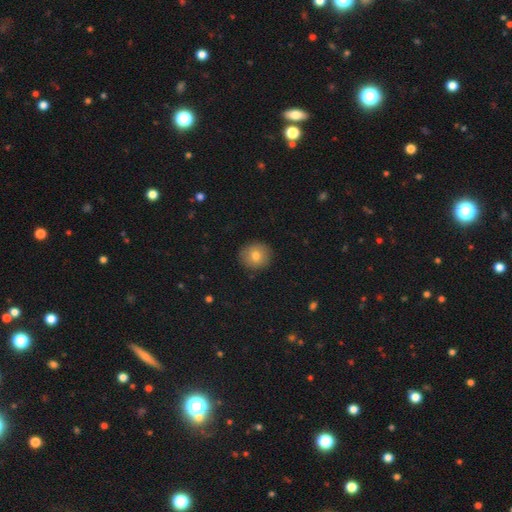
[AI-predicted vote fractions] A smooth galaxy with no disk features (78%) that is round (88%).

Vote fractions:
- Smooth or featured? smooth: 78% / featured or disk: 12% / star or artifact: 10%
- How rounded? round: 88% / in between: 11% / cigar-shaped: 1%
- Merging? none: 90% / minor disturbance: 7% / major disturbance: 2% / merger: 1%